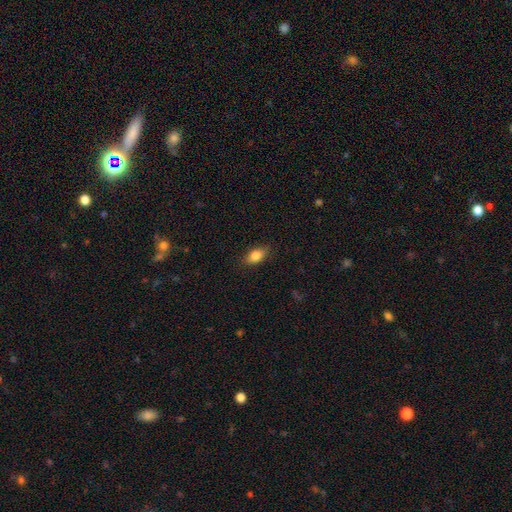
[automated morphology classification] smooth_or_featured: smooth (p=0.82) [alt: featured or disk p=0.10]
how_rounded: in between (p=0.85) [alt: round p=0.09]
merging: none (p=0.84) [alt: minor disturbance p=0.12]